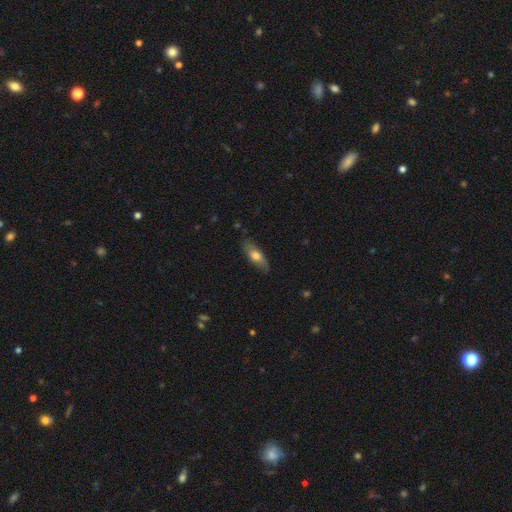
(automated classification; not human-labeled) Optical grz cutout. It shows a smooth galaxy with no disk features (65%) that is in between round and cigar-shaped (64%). Merging: none (79%).